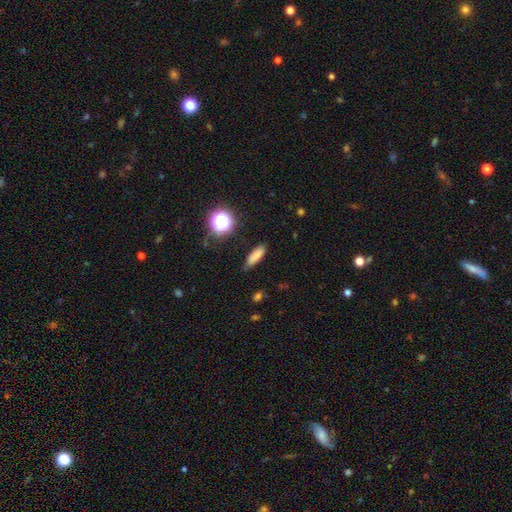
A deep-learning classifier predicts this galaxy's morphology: A smooth galaxy with no disk features (79%) that is cigar-shaped (58%). Merging: none (80%).